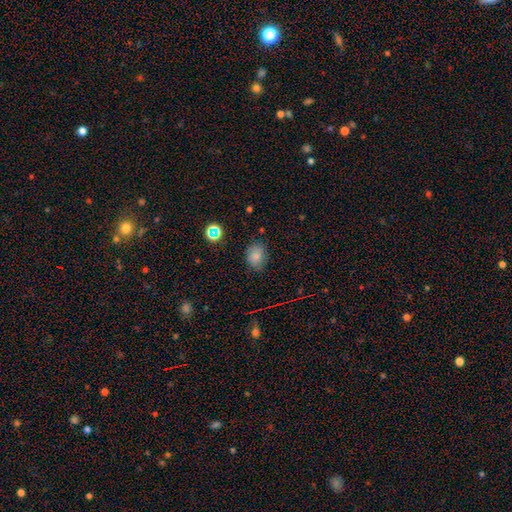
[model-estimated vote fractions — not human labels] smooth-or-featured: smooth: 77% | star or artifact: 15% | featured or disk: 8%
  how-rounded: in between: 59% | round: 39% | cigar-shaped: 1%
  merging: none: 76% | minor disturbance: 18% | major disturbance: 4% | merger: 2%